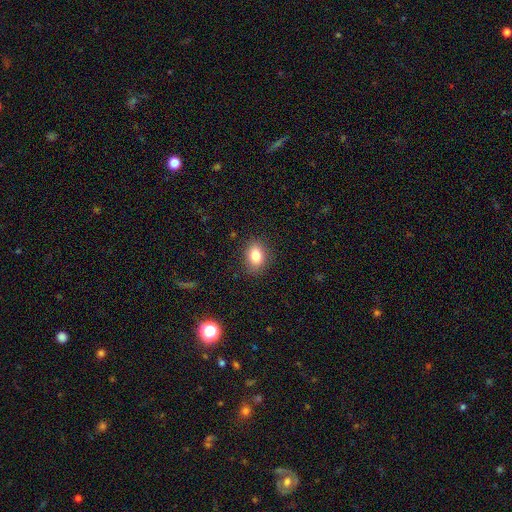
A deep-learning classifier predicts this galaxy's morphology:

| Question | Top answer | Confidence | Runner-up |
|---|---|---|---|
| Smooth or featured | smooth | 83% | star or artifact (9%) |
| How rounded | in between | 73% | round (26%) |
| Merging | none | 85% | minor disturbance (11%) |